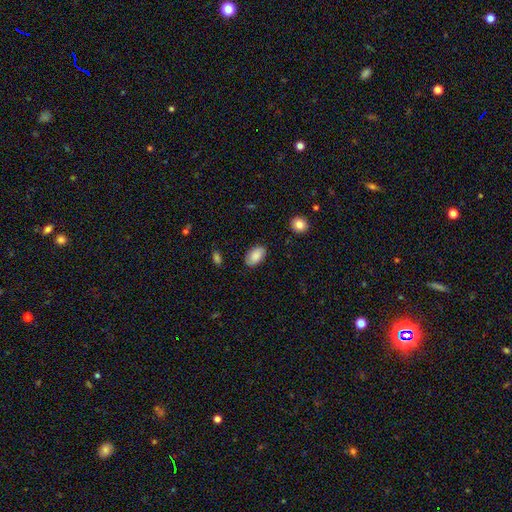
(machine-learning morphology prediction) The model was most divided on "merging": none: 84%, minor disturbance: 12%, major disturbance: 3%, merger: 1%. More confident: how rounded — in between (94%); smooth or featured — smooth (86%).